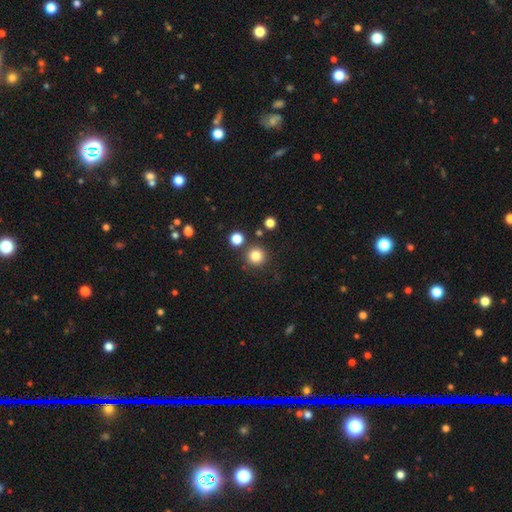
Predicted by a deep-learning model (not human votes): This is clearly a smooth galaxy (82%). How rounded: clearly round (95%). Merging: clearly none (85%).